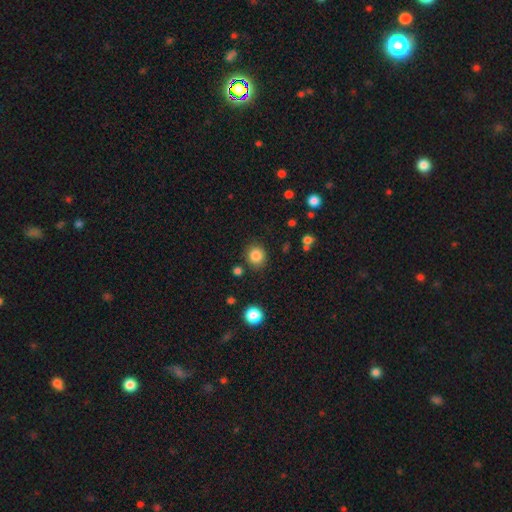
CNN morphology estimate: Smooth or featured? Predicted: smooth (p=0.85). How rounded? Predicted: round (p=0.87). Merging? Predicted: none (p=0.86).